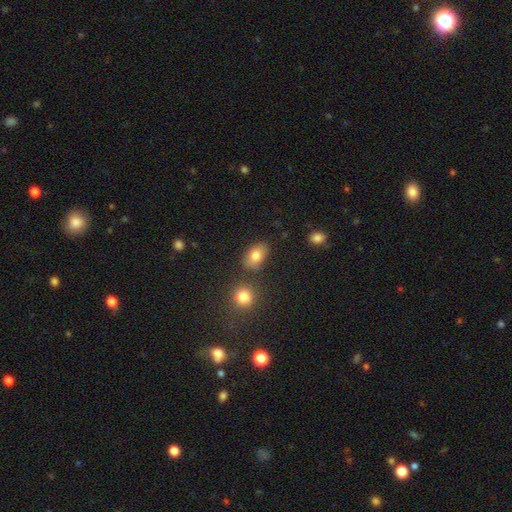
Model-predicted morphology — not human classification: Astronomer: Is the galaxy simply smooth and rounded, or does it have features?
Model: smooth — 80%.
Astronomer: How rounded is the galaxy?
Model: in between — 83%.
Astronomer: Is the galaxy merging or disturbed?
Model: none — 75%.